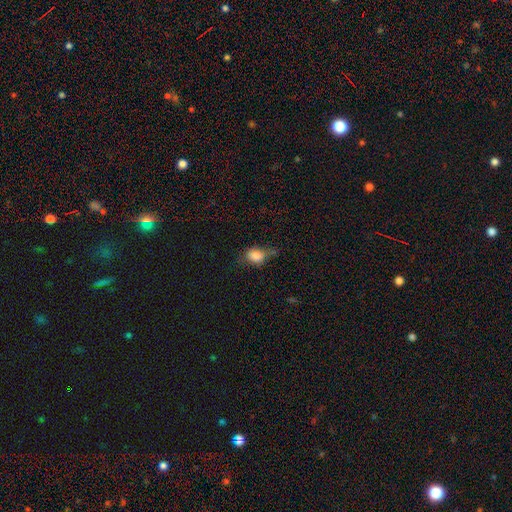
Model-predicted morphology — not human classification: Smooth or featured? Predicted: smooth (p=0.81). How rounded? Predicted: in between (p=0.60). Merging? Predicted: none (p=0.39).